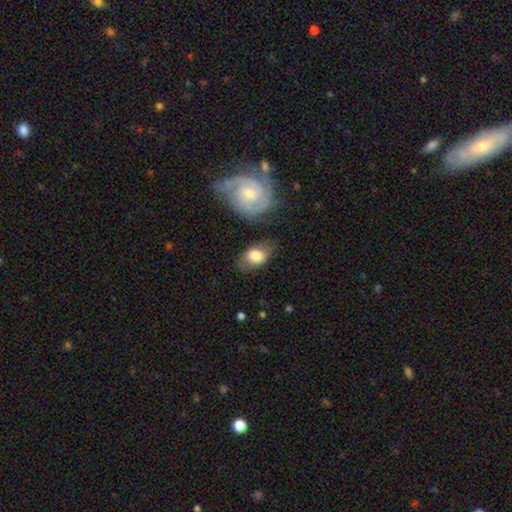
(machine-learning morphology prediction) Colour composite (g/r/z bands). It shows a smooth galaxy with no disk features (76%) that is in between round and cigar-shaped (85%). Merging: none (68%).